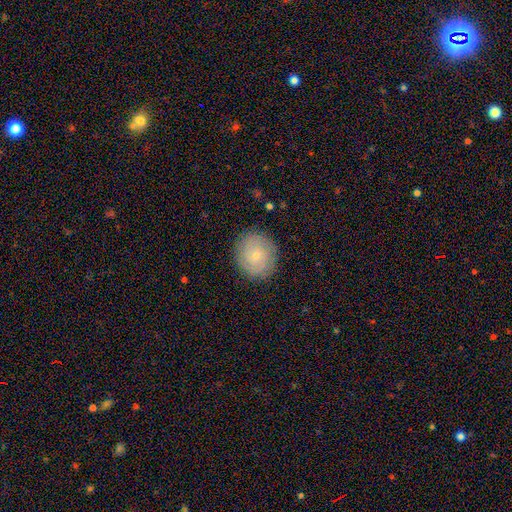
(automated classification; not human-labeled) A smooth galaxy with no disk features (58%) that is round (75%). Merging: none (87%).